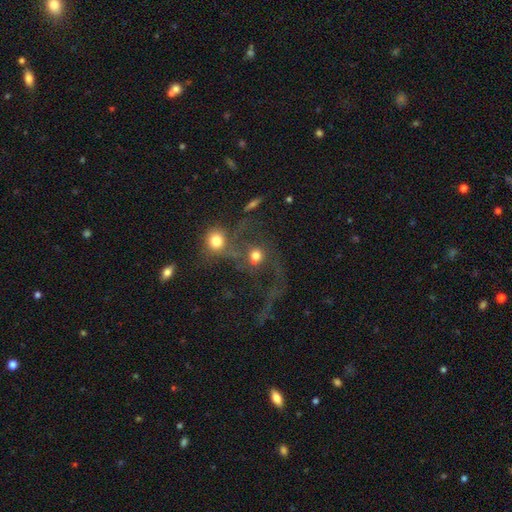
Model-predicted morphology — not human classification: Smooth or featured? Predicted: smooth (p=0.49). Merging? Predicted: merger (p=0.54).